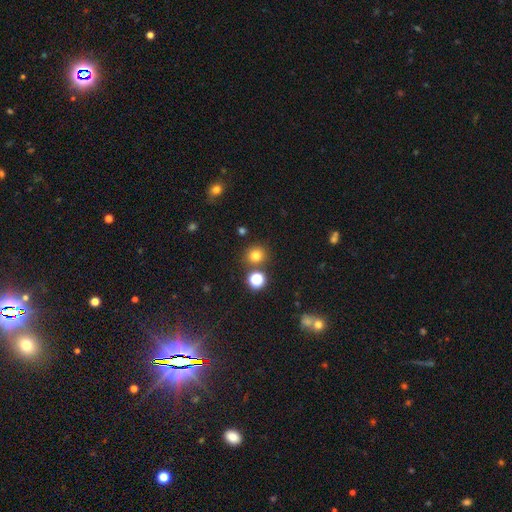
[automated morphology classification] Q: Smooth or featured?
A: smooth (77%); runner-up: star or artifact (18%)
Q: How rounded?
A: round (90%); runner-up: in between (9%)
Q: Merging?
A: none (81%); runner-up: merger (9%)